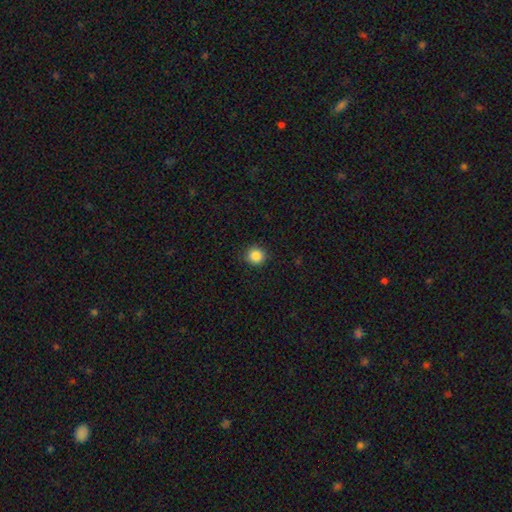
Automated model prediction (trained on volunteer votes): Smooth or featured?
  - smooth: 87% *
  - star or artifact: 10%
  - featured or disk: 3%
How rounded?
  - round: 93% *
  - in between: 6%
  - cigar-shaped: 1%
Merging?
  - none: 91% *
  - minor disturbance: 6%
  - major disturbance: 2%
  - merger: 1%